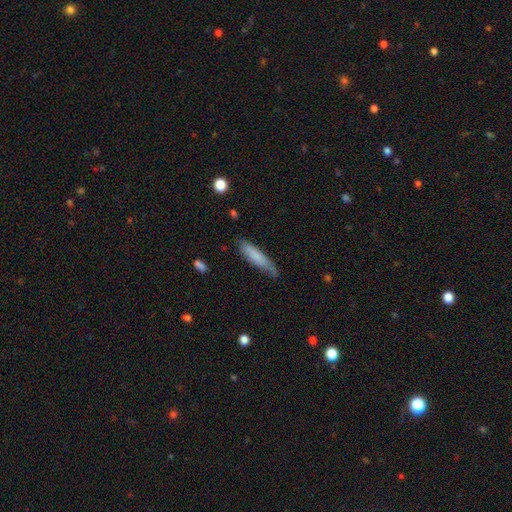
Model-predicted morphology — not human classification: Smooth or featured? smooth (76%)
How rounded? cigar-shaped (81%)
Merging? none (67%)